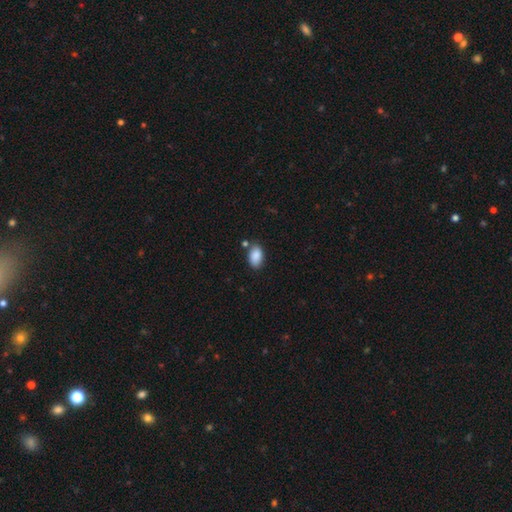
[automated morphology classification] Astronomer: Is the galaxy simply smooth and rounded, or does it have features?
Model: smooth — 89%.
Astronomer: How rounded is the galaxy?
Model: in between — 92%.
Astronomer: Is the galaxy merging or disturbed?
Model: none — 77%.